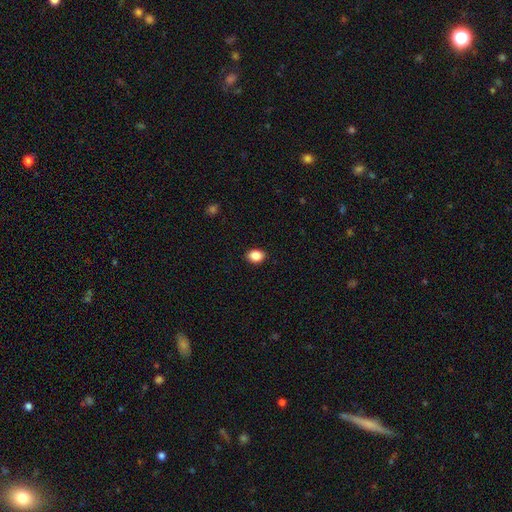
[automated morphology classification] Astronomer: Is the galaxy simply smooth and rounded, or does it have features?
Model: smooth — 89%.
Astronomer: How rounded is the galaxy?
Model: in between — 72%.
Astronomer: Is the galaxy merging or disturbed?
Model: none — 90%.